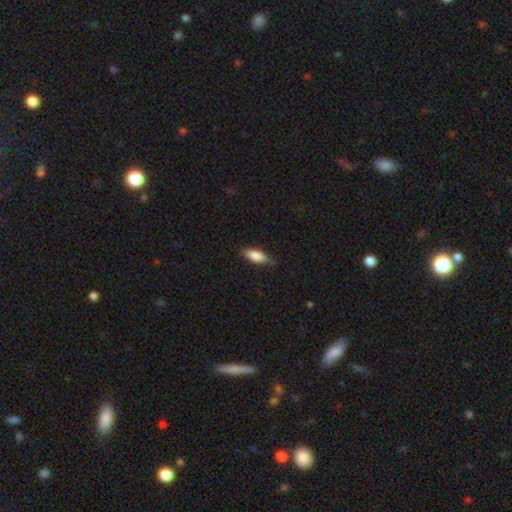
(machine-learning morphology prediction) Smooth or featured? smooth (80%)
How rounded? in between (76%)
Merging? none (79%)